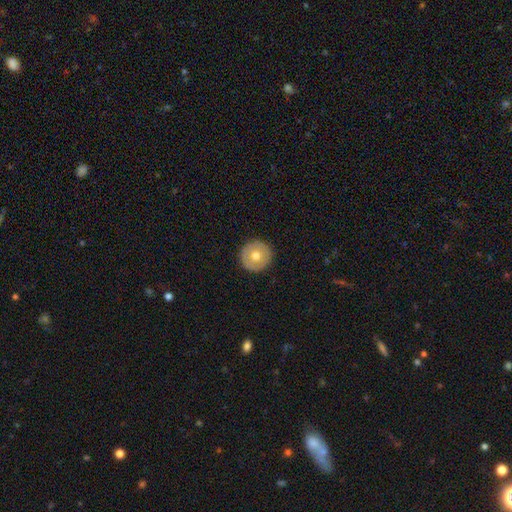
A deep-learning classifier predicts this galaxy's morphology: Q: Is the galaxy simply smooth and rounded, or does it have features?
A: smooth — 64%.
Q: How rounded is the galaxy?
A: round — 96%.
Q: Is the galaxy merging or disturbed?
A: none — 92%.